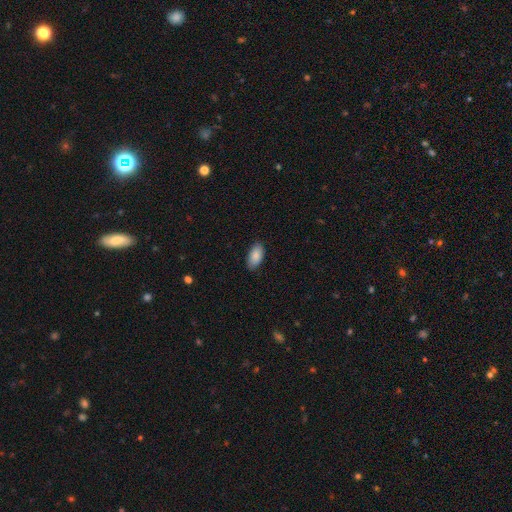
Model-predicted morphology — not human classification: The model was most divided on "merging": none: 87%, minor disturbance: 10%, major disturbance: 2%, merger: 1%. More confident: how rounded — in between (94%); smooth or featured — smooth (88%).